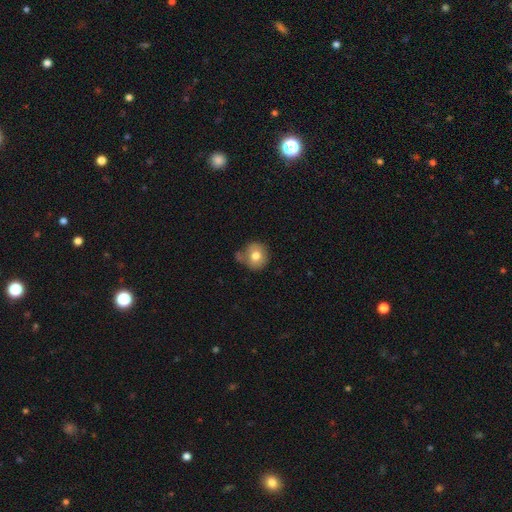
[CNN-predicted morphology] Smooth or featured? smooth (76%)
How rounded? round (89%)
Merging? none (63%)